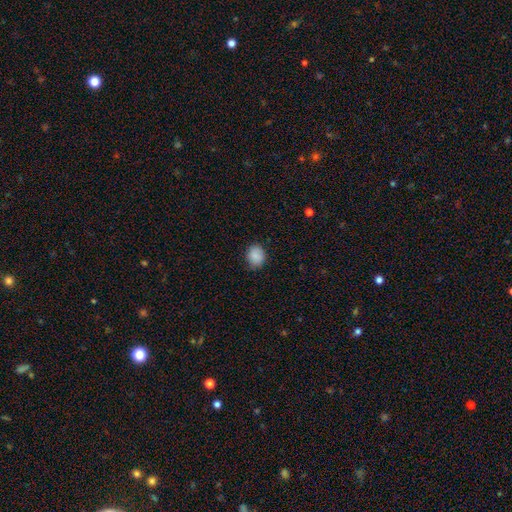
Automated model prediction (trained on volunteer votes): Smooth or featured?
  - smooth: 88% *
  - star or artifact: 8%
  - featured or disk: 3%
How rounded?
  - round: 59% *
  - in between: 40%
  - cigar-shaped: 1%
Merging?
  - none: 83% *
  - minor disturbance: 13%
  - major disturbance: 3%
  - merger: 1%